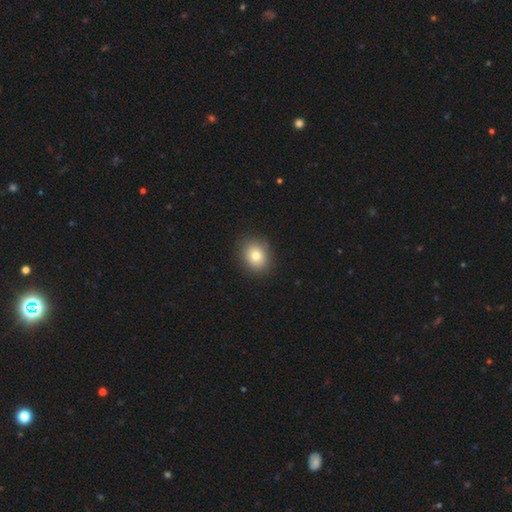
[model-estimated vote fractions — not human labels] Smooth or featured? smooth (80%)
How rounded? round (58%)
Merging? none (89%)